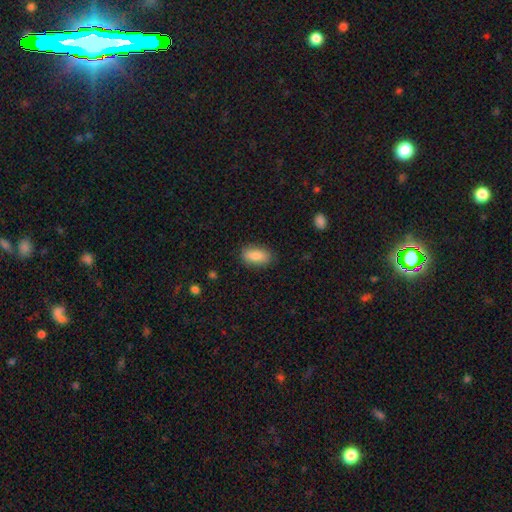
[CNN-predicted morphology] A smooth galaxy with no disk features (85%) that is in between round and cigar-shaped (90%).

Vote fractions:
- Smooth or featured? smooth: 85% / featured or disk: 8% / star or artifact: 7%
- How rounded? in between: 90% / cigar-shaped: 5% / round: 5%
- Merging? none: 86% / minor disturbance: 11% / major disturbance: 3% / merger: 1%